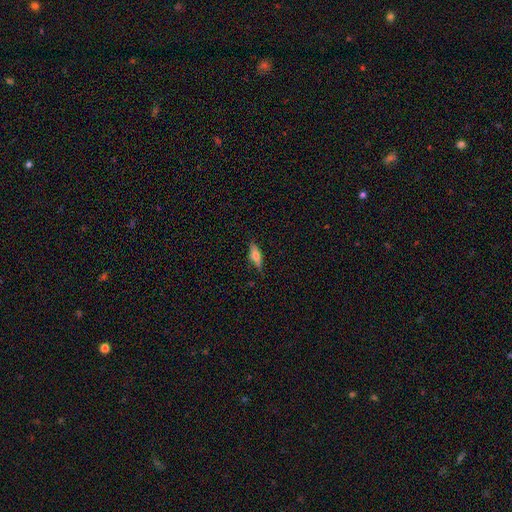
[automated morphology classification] Smooth or featured? smooth (56%)
How rounded? cigar-shaped (50%)
Merging? none (78%)